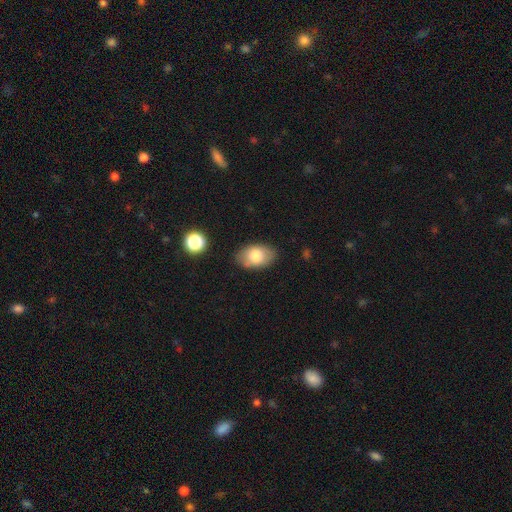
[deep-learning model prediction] Smooth or featured?
  - smooth: 78% *
  - featured or disk: 15%
  - star or artifact: 8%
How rounded?
  - in between: 90% *
  - round: 9%
  - cigar-shaped: 1%
Merging?
  - none: 82% *
  - minor disturbance: 13%
  - major disturbance: 3%
  - merger: 2%